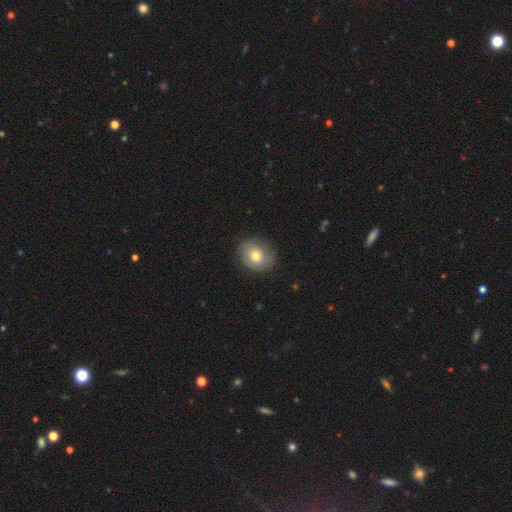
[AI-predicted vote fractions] Smooth or featured?
  - smooth: 68% *
  - featured or disk: 24%
  - star or artifact: 8%
How rounded?
  - round: 70% *
  - in between: 29%
  - cigar-shaped: 1%
Merging?
  - none: 80% *
  - minor disturbance: 15%
  - major disturbance: 4%
  - merger: 1%